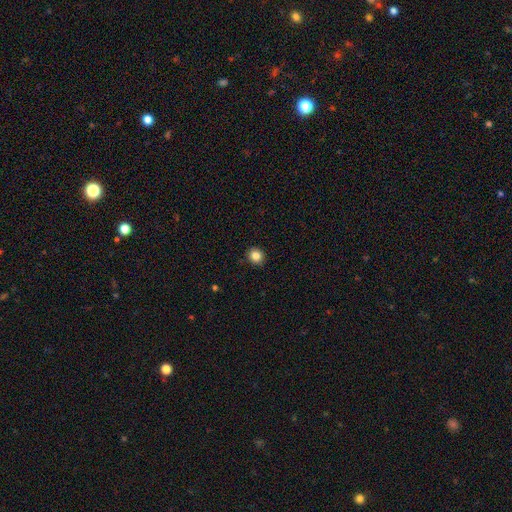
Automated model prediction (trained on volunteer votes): Smooth or featured? smooth (84%)
How rounded? round (85%)
Merging? none (91%)